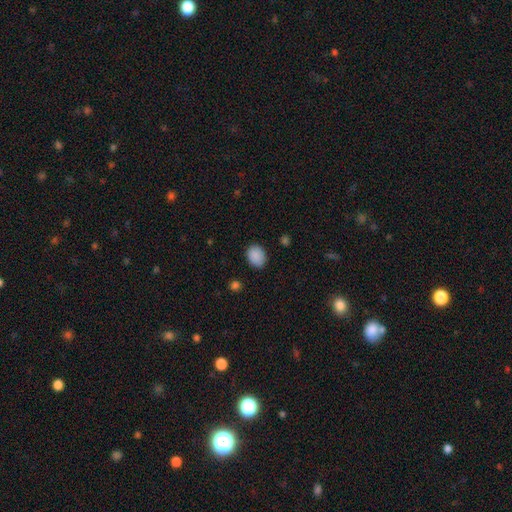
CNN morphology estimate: smooth_or_featured: smooth (p=0.89) [alt: star or artifact p=0.08]
how_rounded: in between (p=0.58) [alt: round p=0.41]
merging: none (p=0.85) [alt: minor disturbance p=0.12]